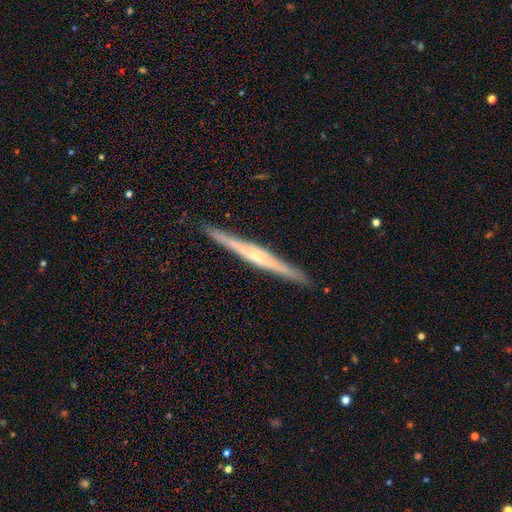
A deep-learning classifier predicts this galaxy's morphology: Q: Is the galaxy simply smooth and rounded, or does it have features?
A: featured or disk — 76%.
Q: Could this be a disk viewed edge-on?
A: yes — 98%.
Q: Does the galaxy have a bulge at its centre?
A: rounded — 58%.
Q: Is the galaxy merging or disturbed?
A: none — 92%.